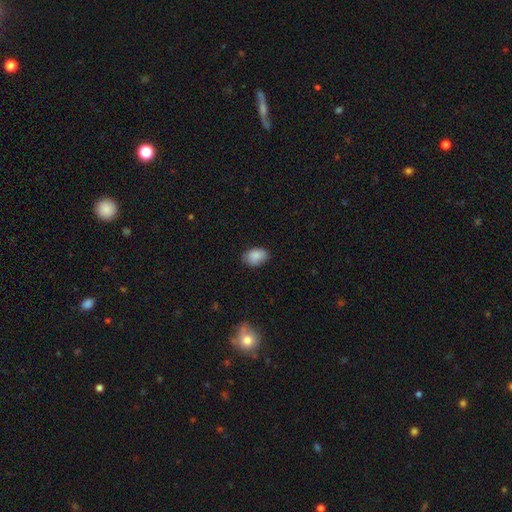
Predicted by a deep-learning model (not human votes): Overall: smooth (87%). How rounded: in between (84%). Merging: none (77%).